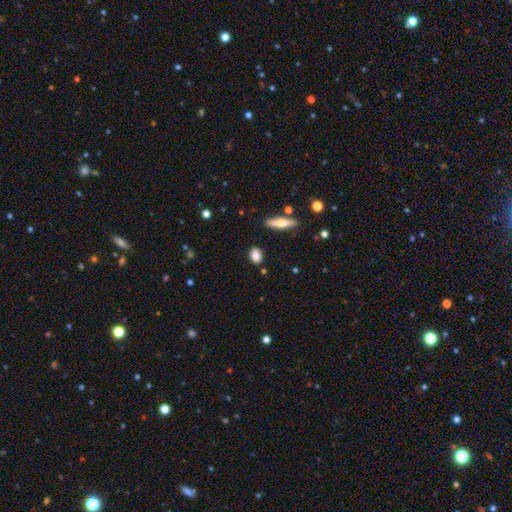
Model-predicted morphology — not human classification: Overall: smooth (84%). How rounded: in between (76%). Merging: none (85%).